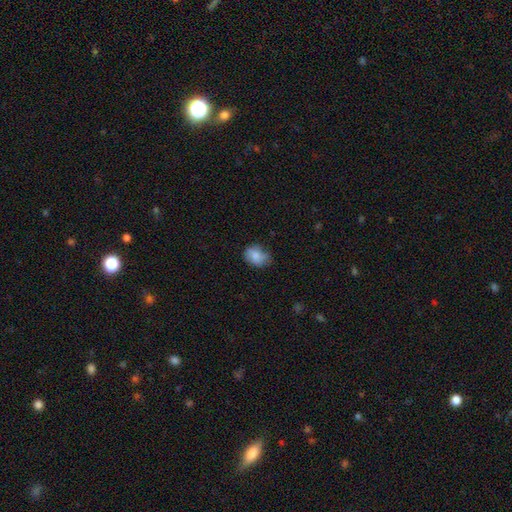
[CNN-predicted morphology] Overall: smooth (82%). How rounded: in between (63%; round 36%). Merging: none (61%; minor disturbance 30%).